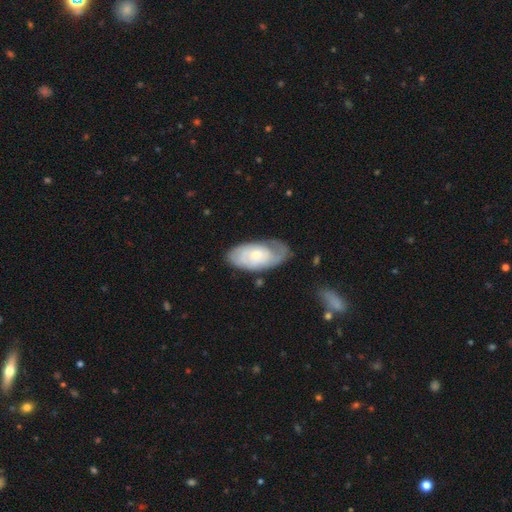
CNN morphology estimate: A featured or disk galaxy (63%) with no bar (77%), spiral arms (80%) and a small central bulge (59%). Merging: none (61%).